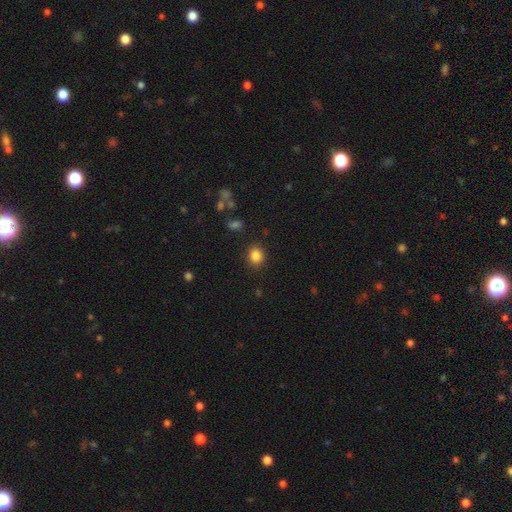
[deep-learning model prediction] Overall: smooth (85%). How rounded: round (60%; in between 39%). Merging: none (88%).